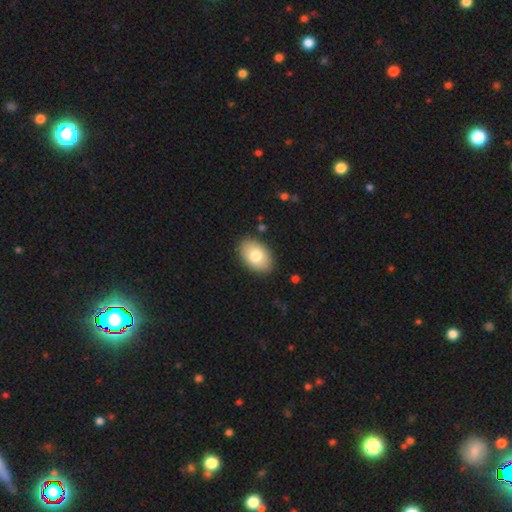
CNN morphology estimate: This appears to be a smooth galaxy with no disk features (80%) that is in between round and cigar-shaped (90%). Merging: none (88%).